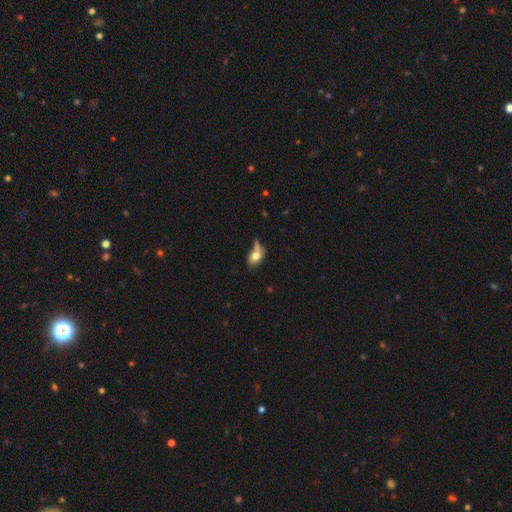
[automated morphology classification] type=smooth (72%); roundness=in between (79%); merging=none (34%).